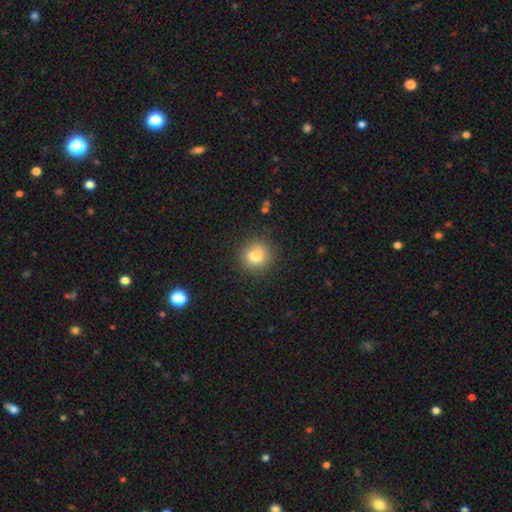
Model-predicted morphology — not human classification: A smooth galaxy with no disk features (82%) that is round (91%). Merging: none (88%).